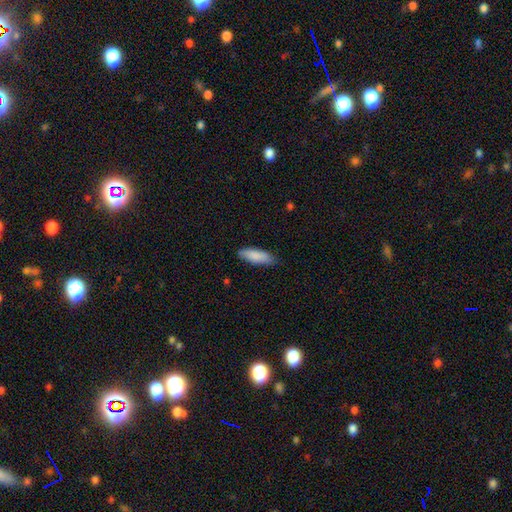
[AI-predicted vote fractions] smooth_or_featured: smooth (p=0.88) [alt: featured or disk p=0.07]
how_rounded: in between (p=0.62) [alt: cigar-shaped p=0.37]
merging: none (p=0.82) [alt: minor disturbance p=0.14]